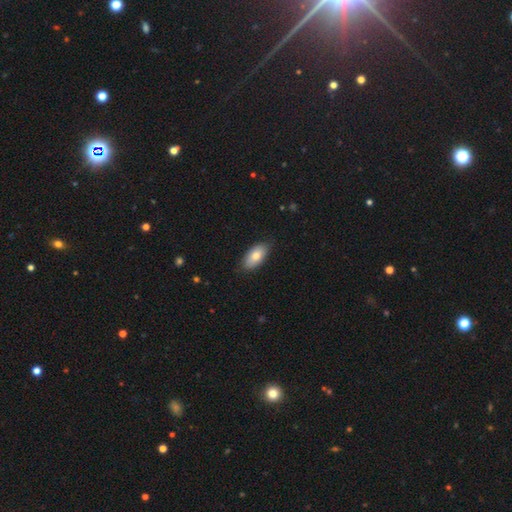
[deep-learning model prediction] This is likely a smooth galaxy (79%). How rounded: clearly in between (92%). Merging: clearly none (84%).